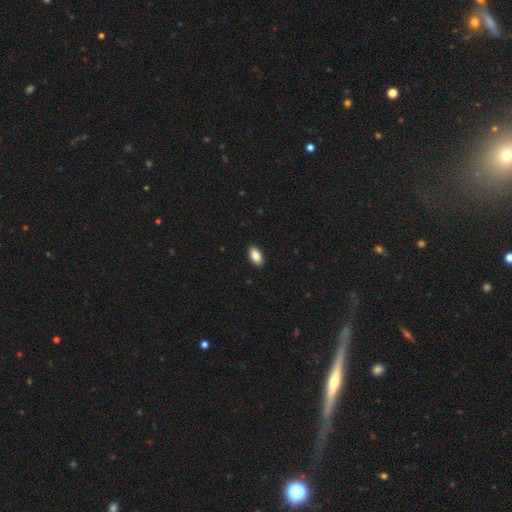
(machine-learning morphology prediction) Smooth or featured? smooth (87%)
How rounded? in between (93%)
Merging? none (90%)